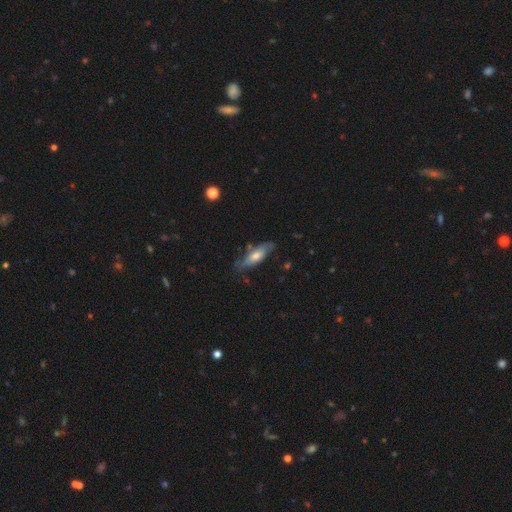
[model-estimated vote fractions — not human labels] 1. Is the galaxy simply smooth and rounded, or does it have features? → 48% smooth, 45% featured or disk, 6% star or artifact.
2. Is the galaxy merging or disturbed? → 69% none, 23% minor disturbance, 6% major disturbance, 3% merger.